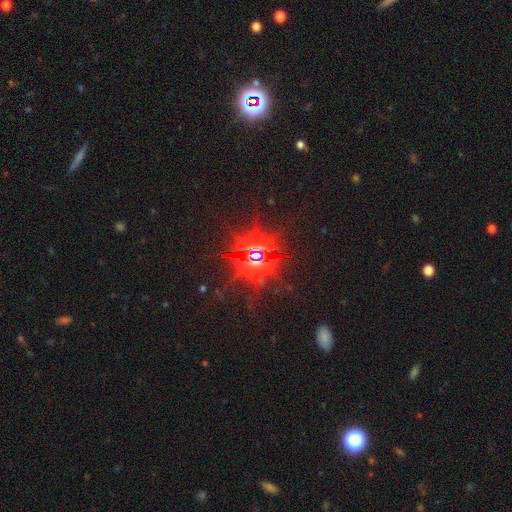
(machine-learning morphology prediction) smooth-or-featured: star or artifact: 85% | featured or disk: 8% | smooth: 6%